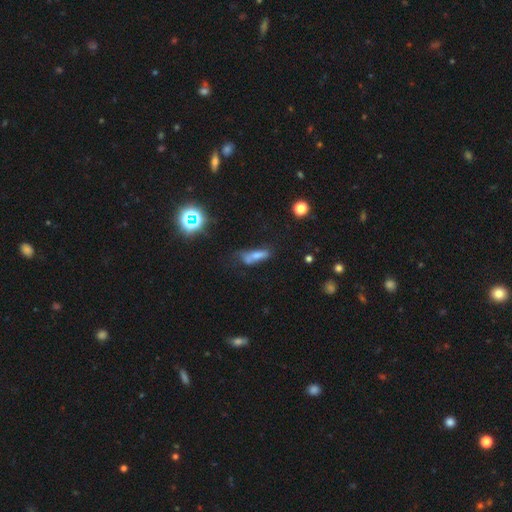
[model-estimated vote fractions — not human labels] A smooth galaxy with no disk features (59%) that is cigar-shaped (50%). Merging: none (37%).